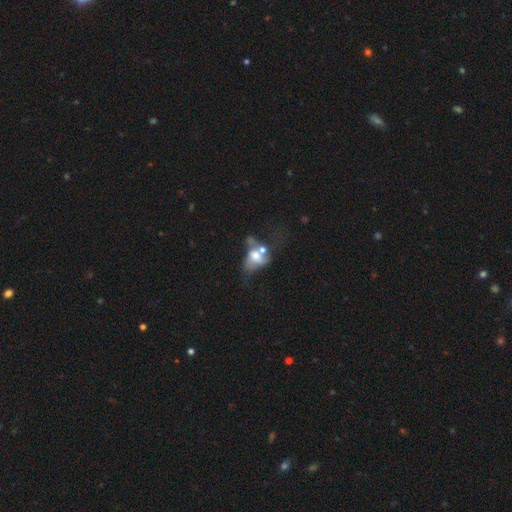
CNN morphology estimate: A smooth galaxy with no disk features (44%, tied with featured or disk). Merging: merger (52%).